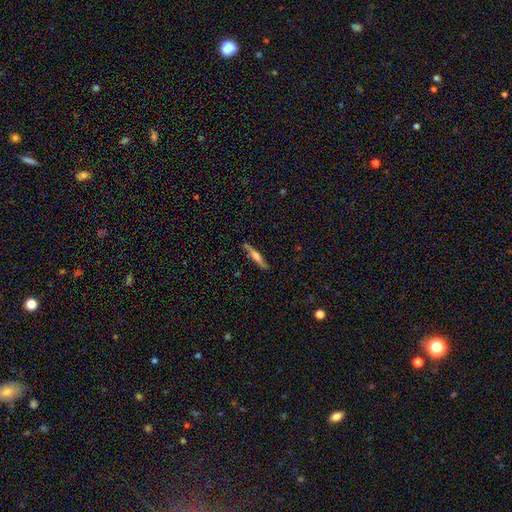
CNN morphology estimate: This is possibly a smooth galaxy (53%). How rounded: clearly cigar-shaped (92%). Merging: clearly none (86%).